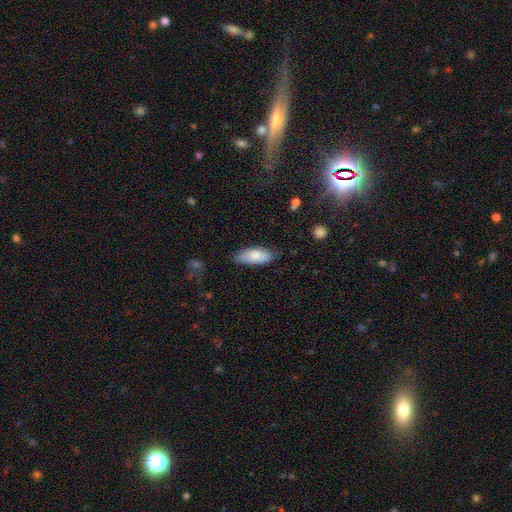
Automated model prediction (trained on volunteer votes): A smooth galaxy with no disk features (80%) that is in between round and cigar-shaped (82%). Merging: none (69%).